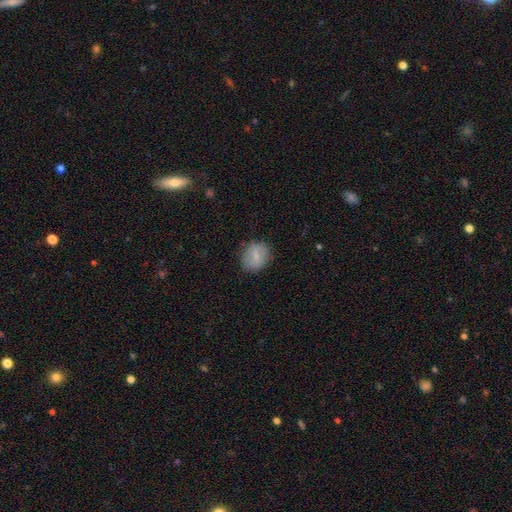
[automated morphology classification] This is likely a smooth galaxy (73%). How rounded: possibly round (55%). Merging: clearly none (83%).